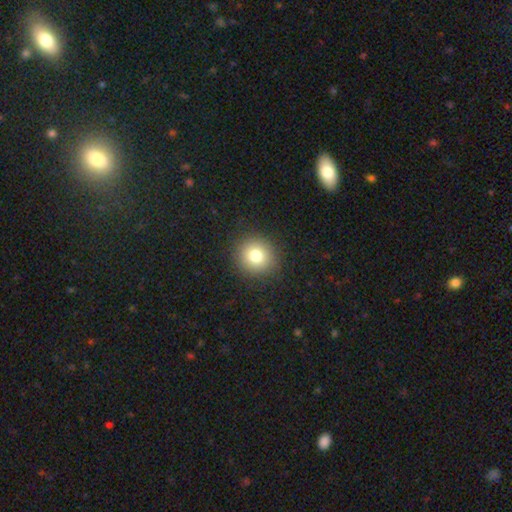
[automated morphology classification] smooth_or_featured: smooth (p=0.79) [alt: star or artifact p=0.12]
how_rounded: round (p=0.92) [alt: in between p=0.07]
merging: none (p=0.91) [alt: minor disturbance p=0.06]